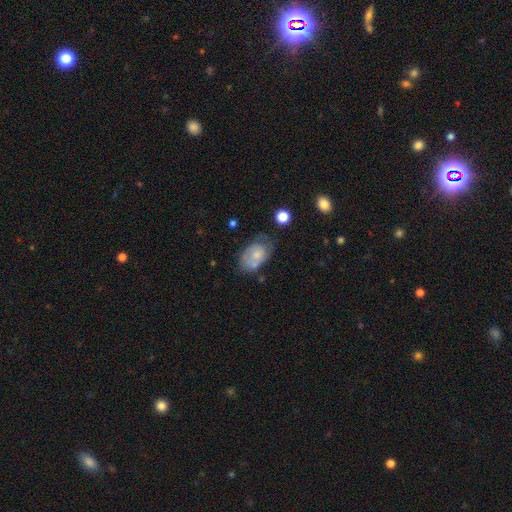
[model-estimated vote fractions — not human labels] Morphology: type=smooth (59%); roundness=in between (85%); merging=none (42%).